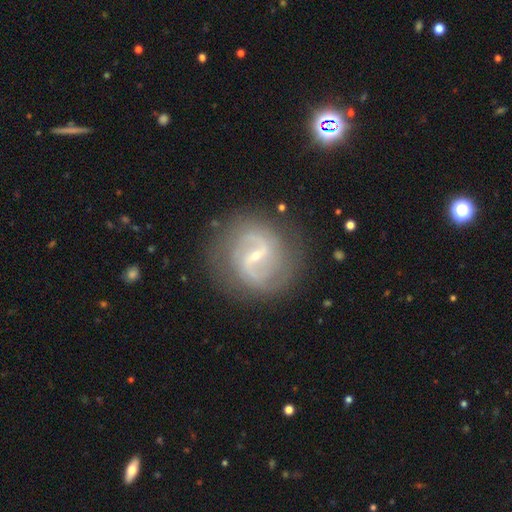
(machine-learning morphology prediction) type=featured or disk (88%); edge-on=no (97%); bar=weak (46%); spiral arms=yes (95%); winding=medium (49%); arm count=2 (89%); bulge=small (79%); merging=none (82%).